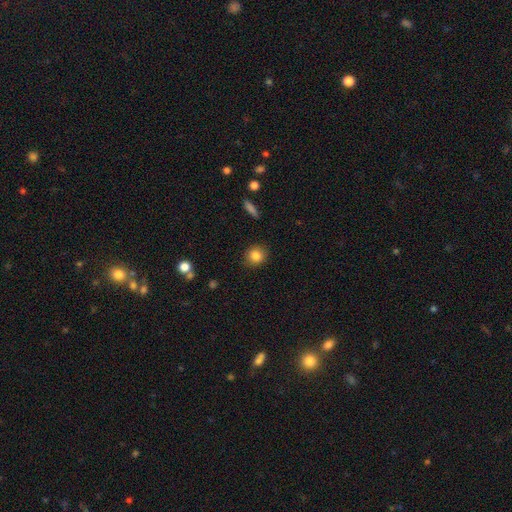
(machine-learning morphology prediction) The model was most divided on "how rounded": round: 82%, in between: 17%, cigar-shaped: 1%. More confident: merging — none (88%); smooth or featured — smooth (84%).